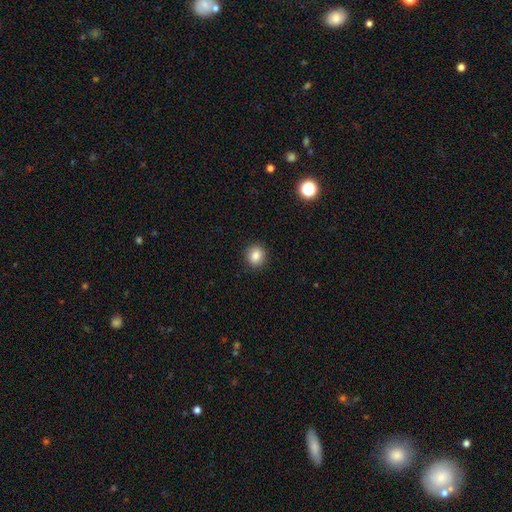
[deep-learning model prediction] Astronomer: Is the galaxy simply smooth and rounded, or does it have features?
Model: smooth — 84%.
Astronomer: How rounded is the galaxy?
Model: round — 83%.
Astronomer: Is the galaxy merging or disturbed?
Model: none — 91%.